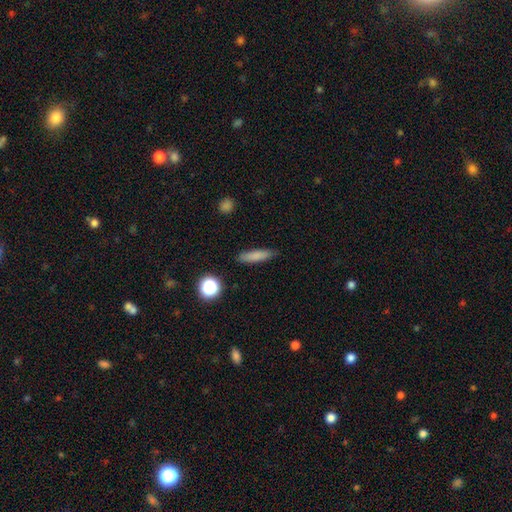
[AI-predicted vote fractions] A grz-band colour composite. It shows a smooth galaxy with no disk features (81%) that is cigar-shaped (69%). Merging: none (85%).